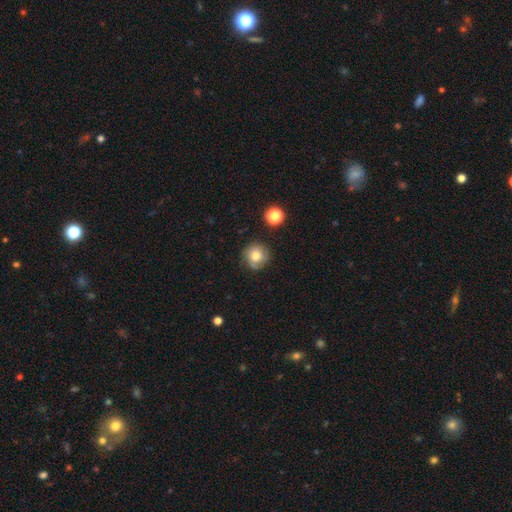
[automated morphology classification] Smooth or featured? smooth (69%)
How rounded? round (93%)
Merging? none (78%)